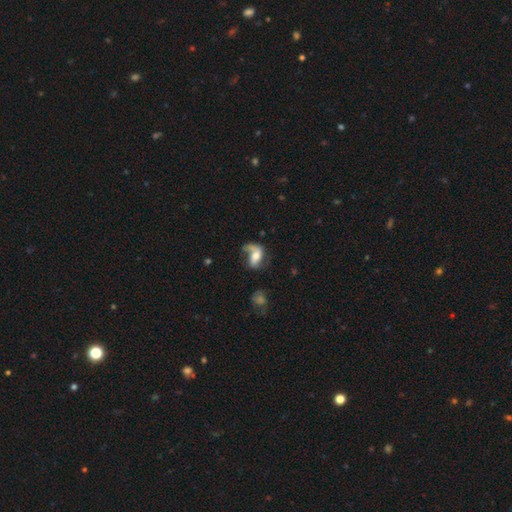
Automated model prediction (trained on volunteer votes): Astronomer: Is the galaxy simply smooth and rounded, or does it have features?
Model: featured or disk — 61%.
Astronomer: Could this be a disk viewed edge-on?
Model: no — 95%.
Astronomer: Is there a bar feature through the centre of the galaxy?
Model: no — 48% (runner-up: weak, 32%).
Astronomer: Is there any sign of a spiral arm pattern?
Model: yes — 82%.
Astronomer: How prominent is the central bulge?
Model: moderate — 60%.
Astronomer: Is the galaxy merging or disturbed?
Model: none — 39% (runner-up: major disturbance, 32%).